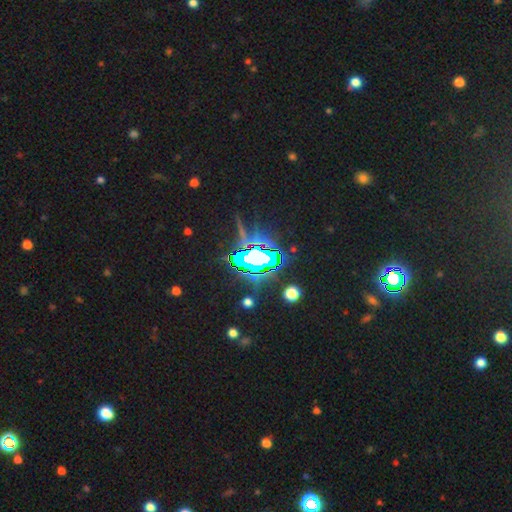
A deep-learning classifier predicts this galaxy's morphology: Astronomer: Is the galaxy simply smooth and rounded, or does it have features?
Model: star or artifact — 72%.